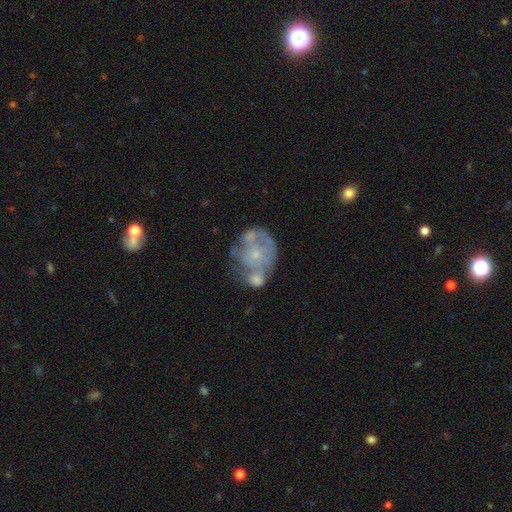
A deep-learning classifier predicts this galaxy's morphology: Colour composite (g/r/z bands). It shows a featured or disk galaxy (64%) with no bar (85%), no spiral arms (51%) and a small central bulge (70%). Merging: none (33%).